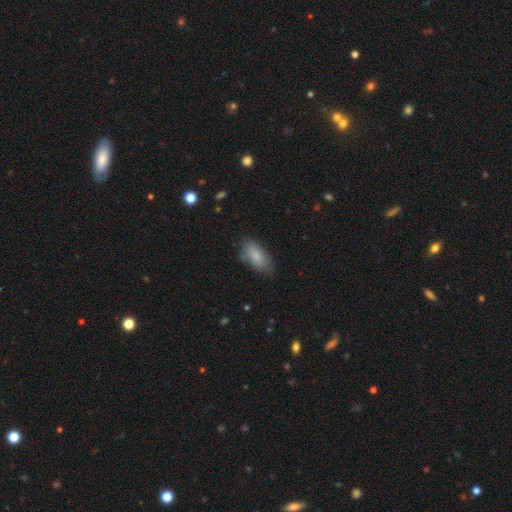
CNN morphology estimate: A smooth galaxy with no disk features (84%) that is in between round and cigar-shaped (86%).

Vote fractions:
- Smooth or featured? smooth: 84% / featured or disk: 9% / star or artifact: 7%
- How rounded? in between: 86% / cigar-shaped: 12% / round: 2%
- Merging? none: 70% / minor disturbance: 23% / major disturbance: 6% / merger: 2%